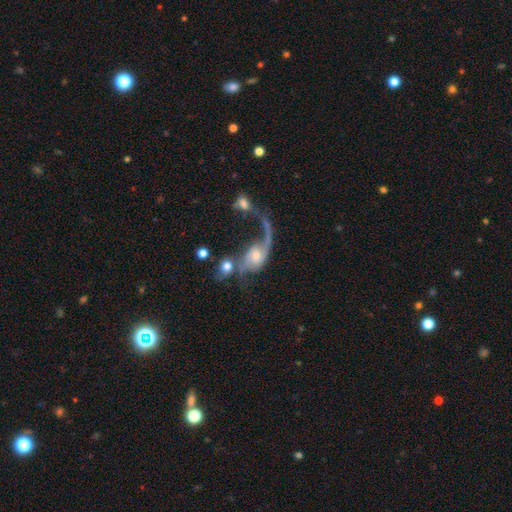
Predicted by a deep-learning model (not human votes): featured or disk 74%, smooth 18%, star or artifact 8%. Down the decision tree: edge-on disk — no (95%); bar — no (62%); spiral arms — yes (87%); spiral arm count — 2 (50%); spiral winding — loose (82%); bulge size — moderate (48%); merging — merger (46%).